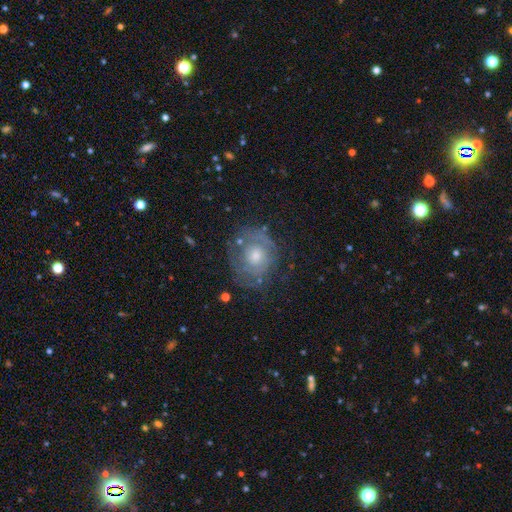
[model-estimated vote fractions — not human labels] A featured or disk galaxy (64%) with no bar (84%), spiral arms (67%) and a moderate central bulge (58%). Merging: none (69%).